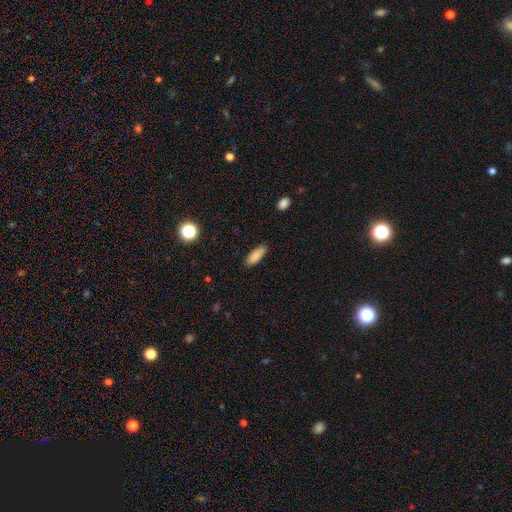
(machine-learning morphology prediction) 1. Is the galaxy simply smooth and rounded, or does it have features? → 87% smooth, 8% star or artifact, 5% featured or disk.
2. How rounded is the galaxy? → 66% in between, 32% cigar-shaped, 2% round.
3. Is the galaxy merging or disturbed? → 88% none, 9% minor disturbance, 2% major disturbance, 1% merger.